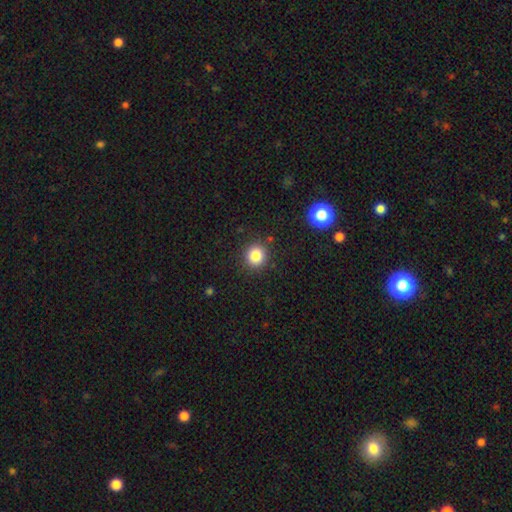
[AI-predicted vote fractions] Overall: smooth (83%). How rounded: round (90%). Merging: none (89%).